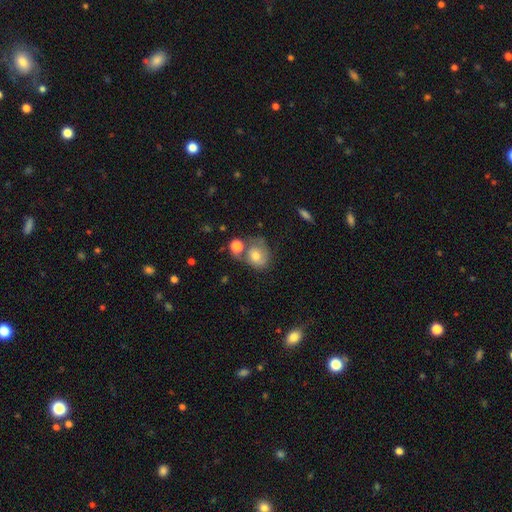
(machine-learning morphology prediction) This appears to be a smooth galaxy with no disk features (56%) that is round (59%). Merging: none (34%).